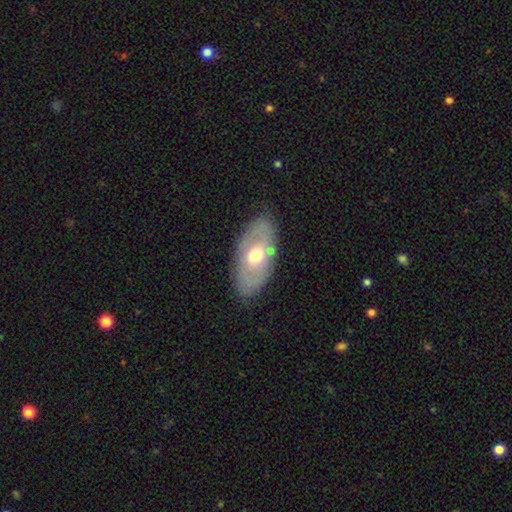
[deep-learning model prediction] smooth-or-featured: featured or disk: 50% | smooth: 45% | star or artifact: 6%
  merging: none: 79% | minor disturbance: 14% | major disturbance: 4% | merger: 3%